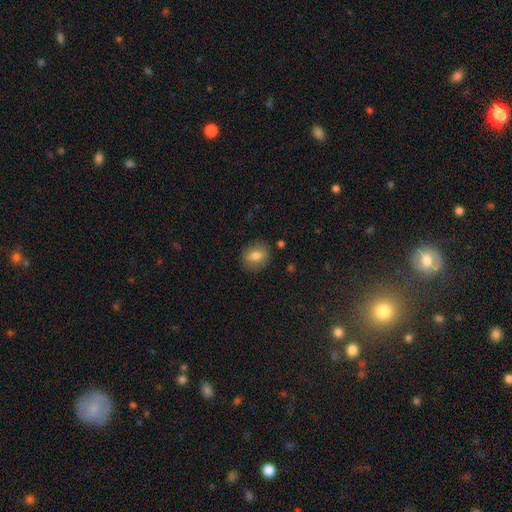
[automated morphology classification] A smooth galaxy with no disk features (75%) that is round (59%). Merging: none (84%).